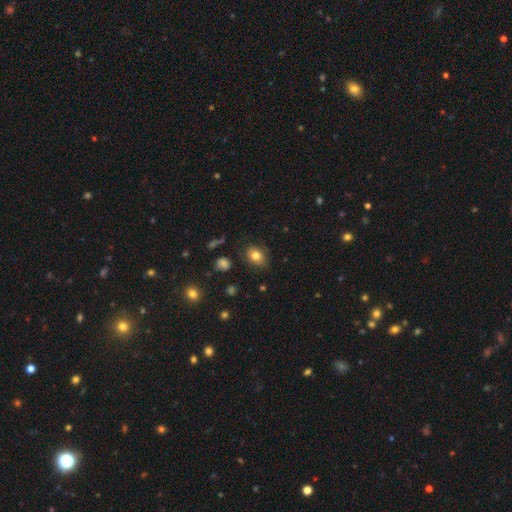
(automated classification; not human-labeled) Smooth or featured? Predicted: smooth (p=0.80). How rounded? Predicted: in between (p=0.64). Merging? Predicted: none (p=0.82).